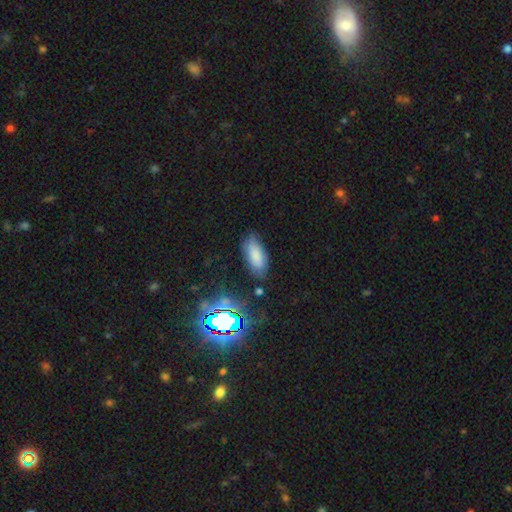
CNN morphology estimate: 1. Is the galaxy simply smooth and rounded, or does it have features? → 74% smooth, 13% star or artifact, 13% featured or disk.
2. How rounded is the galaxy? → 84% in between, 13% cigar-shaped, 2% round.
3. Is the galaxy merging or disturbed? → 75% none, 18% minor disturbance, 5% major disturbance, 2% merger.